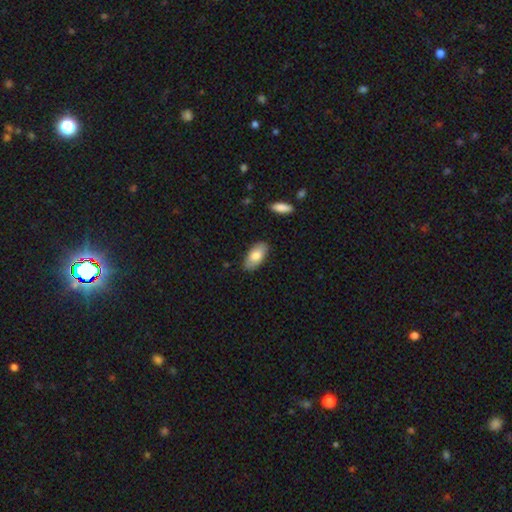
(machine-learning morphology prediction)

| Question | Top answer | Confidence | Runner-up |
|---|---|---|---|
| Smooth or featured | smooth | 77% | featured or disk (17%) |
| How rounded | in between | 93% | cigar-shaped (4%) |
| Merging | none | 84% | minor disturbance (12%) |